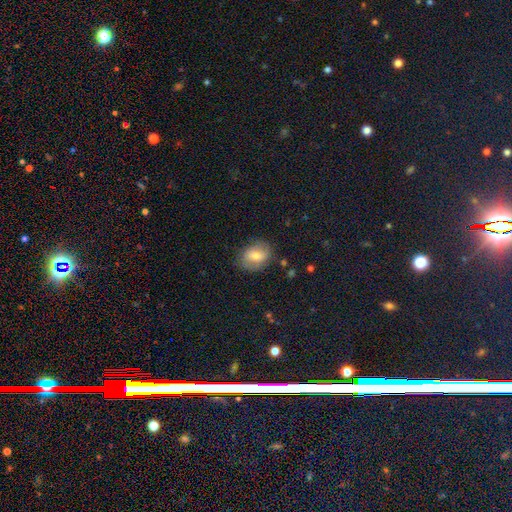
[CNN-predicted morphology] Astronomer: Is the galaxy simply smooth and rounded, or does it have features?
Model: smooth — 66%.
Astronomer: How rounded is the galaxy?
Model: in between — 58% (runner-up: round, 40%).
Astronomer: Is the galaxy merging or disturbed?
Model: none — 77%.